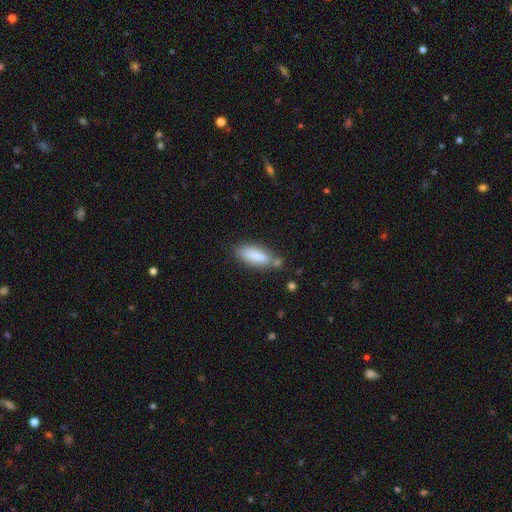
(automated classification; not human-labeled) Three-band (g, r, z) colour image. It shows a smooth galaxy with no disk features (81%) that is in between round and cigar-shaped (62%). Merging: none (64%).